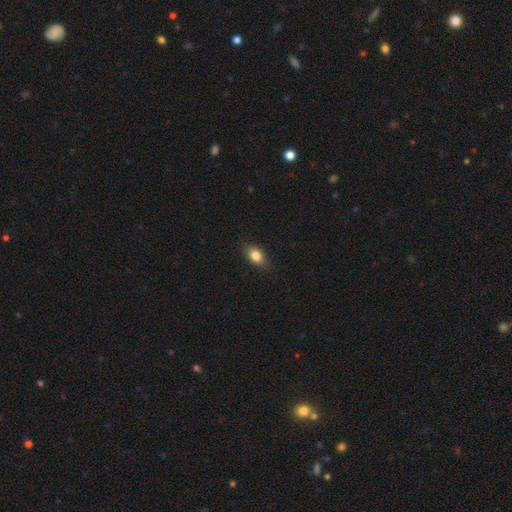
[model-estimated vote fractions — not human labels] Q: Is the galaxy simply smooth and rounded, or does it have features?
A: smooth — 82%.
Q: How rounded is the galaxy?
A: in between — 78%.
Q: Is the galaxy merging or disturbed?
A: none — 81%.